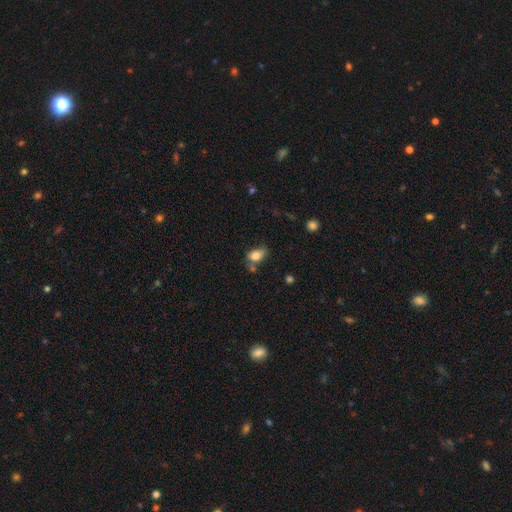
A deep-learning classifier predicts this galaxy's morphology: Q: Smooth or featured?
A: smooth (81%); runner-up: featured or disk (10%)
Q: How rounded?
A: in between (84%); runner-up: round (13%)
Q: Merging?
A: none (48%); runner-up: minor disturbance (25%)